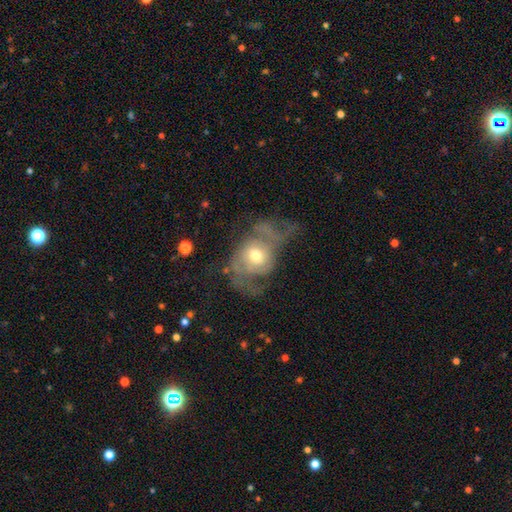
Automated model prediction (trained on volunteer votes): This is likely a featured or disk galaxy (67%). It is clearly not viewed edge-on (96%). Bar: likely no (73%). Spiral arm pattern: likely yes (72%). Central bulge: likely moderate (65%). Merging: possibly major disturbance (48%).